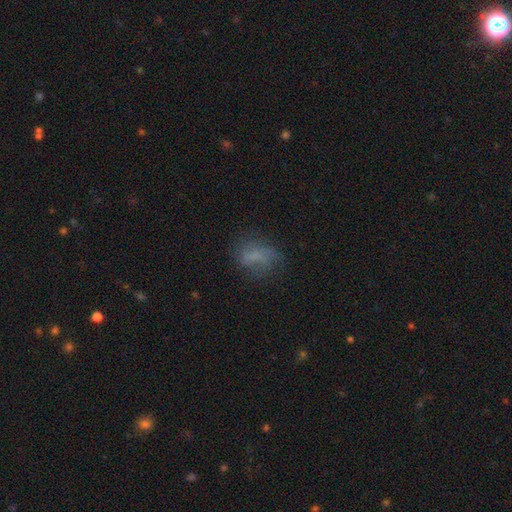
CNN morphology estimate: Smooth or featured?
  - smooth: 58% *
  - featured or disk: 26%
  - star or artifact: 15%
How rounded?
  - in between: 72% *
  - round: 24%
  - cigar-shaped: 4%
Merging?
  - none: 53% *
  - minor disturbance: 25%
  - major disturbance: 20%
  - merger: 3%